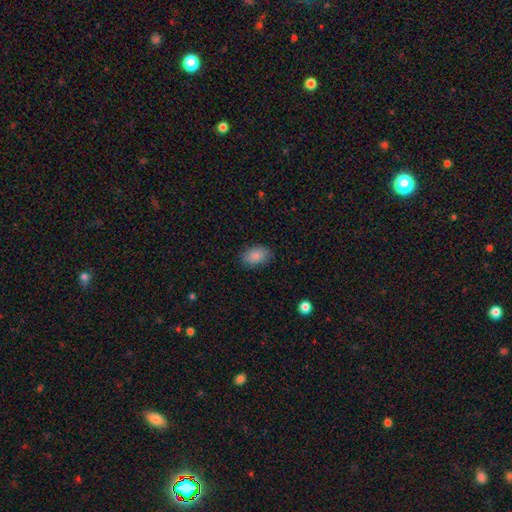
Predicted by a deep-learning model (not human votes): This appears to be a smooth galaxy with no disk features (87%) that is in between round and cigar-shaped (88%). Merging: none (85%).